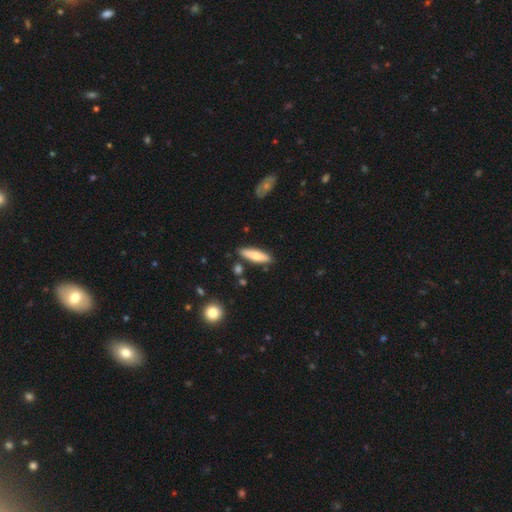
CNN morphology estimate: Smooth or featured?
  - smooth: 69% *
  - featured or disk: 25%
  - star or artifact: 6%
How rounded?
  - cigar-shaped: 67% *
  - in between: 31%
  - round: 2%
Merging?
  - none: 85% *
  - minor disturbance: 10%
  - merger: 3%
  - major disturbance: 2%